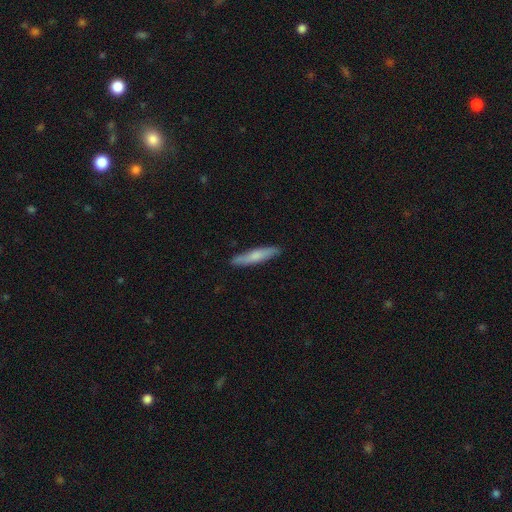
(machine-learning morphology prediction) Smooth or featured? Predicted: smooth (p=0.66). How rounded? Predicted: cigar-shaped (p=0.89). Merging? Predicted: none (p=0.89).